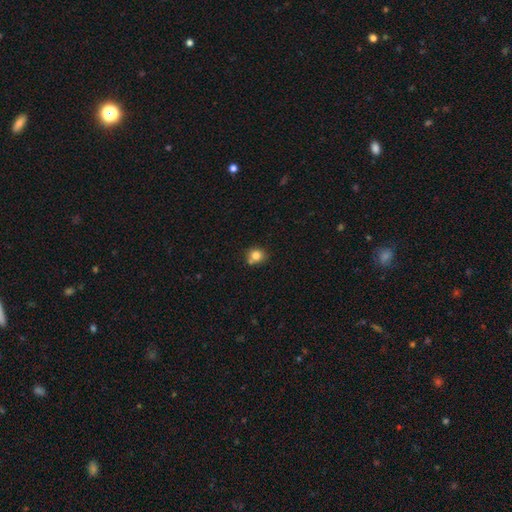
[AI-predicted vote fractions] Morphology: type=smooth (81%); roundness=round (81%); merging=none (65%).